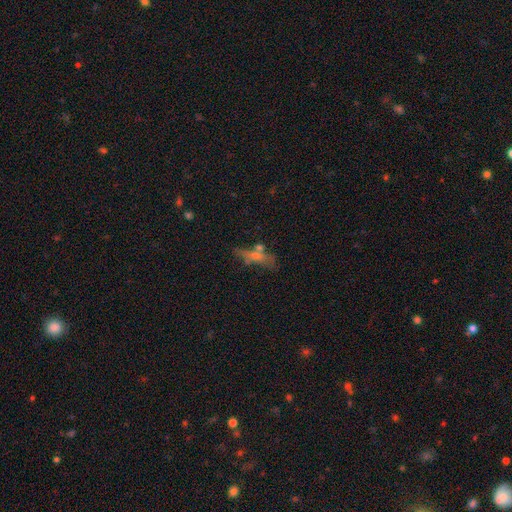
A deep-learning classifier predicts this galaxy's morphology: Smooth or featured? smooth (40%)
Merging? none (59%)